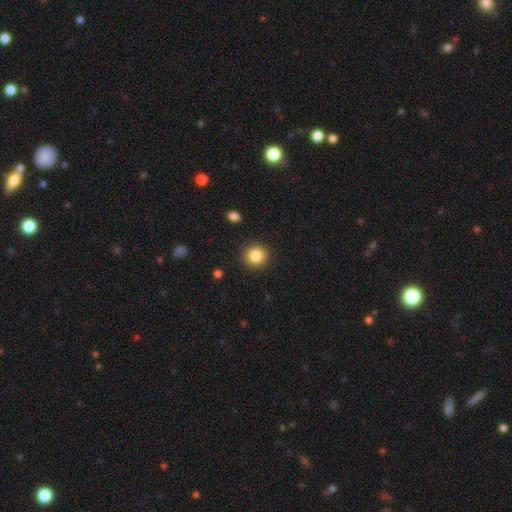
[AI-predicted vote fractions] smooth_or_featured: smooth (p=0.85) [alt: star or artifact p=0.10]
how_rounded: round (p=0.92) [alt: in between p=0.07]
merging: none (p=0.91) [alt: minor disturbance p=0.06]